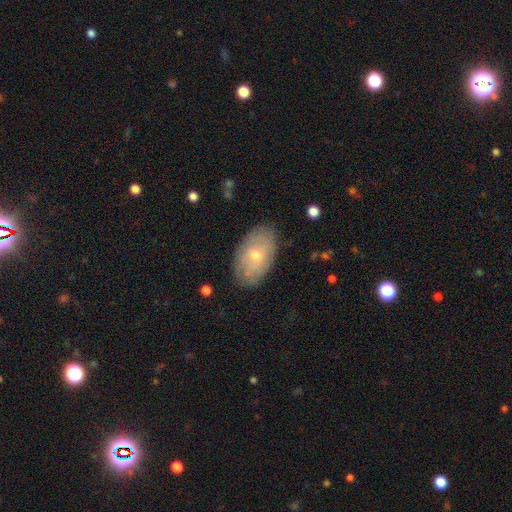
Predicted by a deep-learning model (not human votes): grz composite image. It shows a smooth galaxy with no disk features (57%) that is in between round and cigar-shaped (92%). Merging: none (83%).